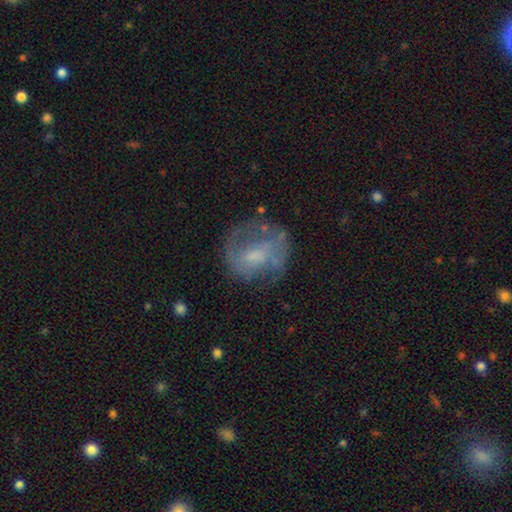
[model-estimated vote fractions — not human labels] Q: Smooth or featured?
A: featured or disk (54%); runner-up: smooth (36%)
Q: Edge-on disk?
A: no (97%); runner-up: yes (3%)
Q: Bar?
A: no (53%); runner-up: weak (37%)
Q: Spiral arms?
A: yes (51%); runner-up: no (49%)
Q: Bulge size?
A: moderate (35%); runner-up: small (33%)
Q: Merging?
A: none (56%); runner-up: minor disturbance (22%)